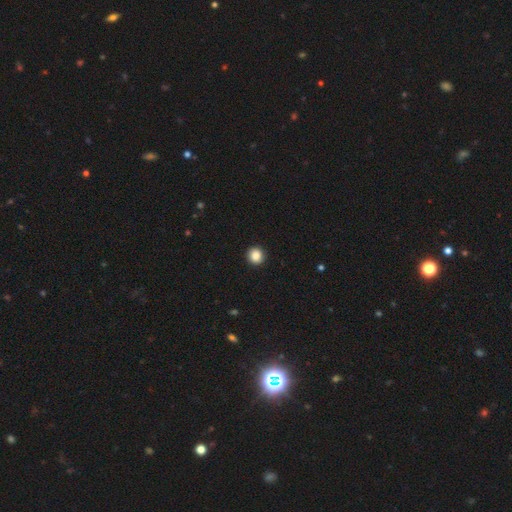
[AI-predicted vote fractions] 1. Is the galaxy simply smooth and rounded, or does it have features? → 88% smooth, 9% star or artifact, 3% featured or disk.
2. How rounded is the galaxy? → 92% round, 7% in between, 1% cigar-shaped.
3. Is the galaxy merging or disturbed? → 93% none, 5% minor disturbance, 1% major disturbance, 1% merger.